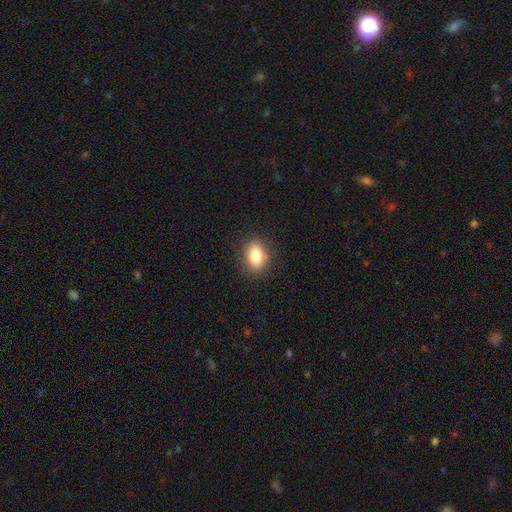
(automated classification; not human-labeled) Q: Smooth or featured?
A: smooth (81%); runner-up: featured or disk (10%)
Q: How rounded?
A: in between (76%); runner-up: round (21%)
Q: Merging?
A: none (88%); runner-up: minor disturbance (9%)